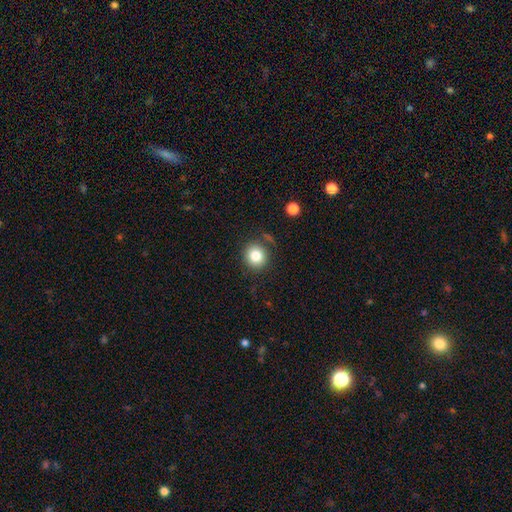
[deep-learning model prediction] Overall: smooth (82%). How rounded: round (89%). Merging: none (81%).